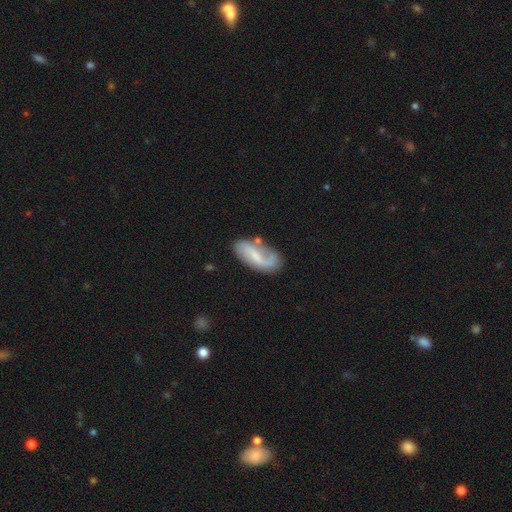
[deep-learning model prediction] Smooth or featured: featured or disk — 62% (smooth — 32%)
Edge-on disk: no — 94% (yes — 6%)
Bar: weak — 47% (no — 28%)
Spiral arms: yes — 85% (no — 15%)
Spiral winding: loose — 56% (medium — 31%)
Spiral arm count: 2 — 67% (1 — 21%)
Bulge size: small — 41% (moderate — 28%)
Merging: none — 59% (minor disturbance — 24%)